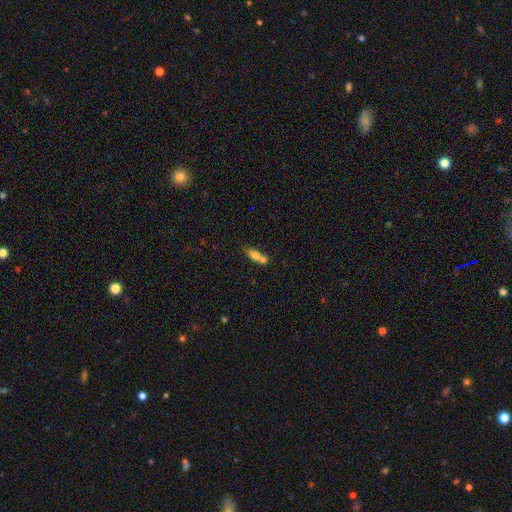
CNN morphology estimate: A smooth galaxy with no disk features (68%) that is in between round and cigar-shaped (67%).

Vote fractions:
- Smooth or featured? smooth: 68% / featured or disk: 23% / star or artifact: 9%
- How rounded? in between: 67% / cigar-shaped: 23% / round: 9%
- Merging? merger: 56% / none: 29% / minor disturbance: 10% / major disturbance: 5%